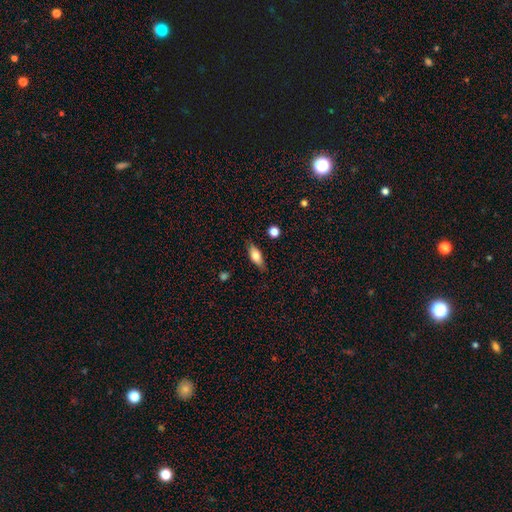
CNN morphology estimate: smooth 72%, featured or disk 21%, star or artifact 7%. Down the decision tree: how rounded — in between (70%); merging — none (80%).